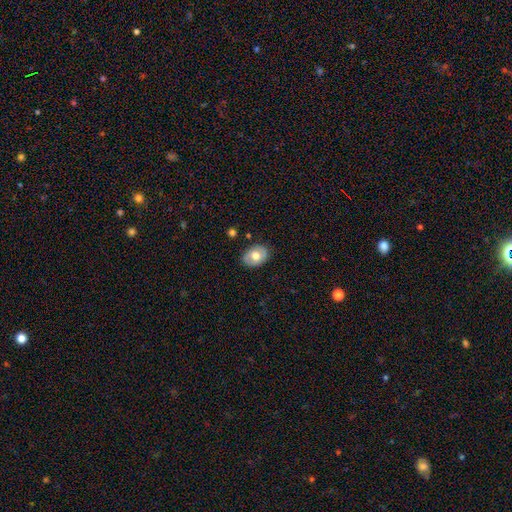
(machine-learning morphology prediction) Smooth or featured? smooth (59%)
How rounded? in between (71%)
Merging? none (83%)